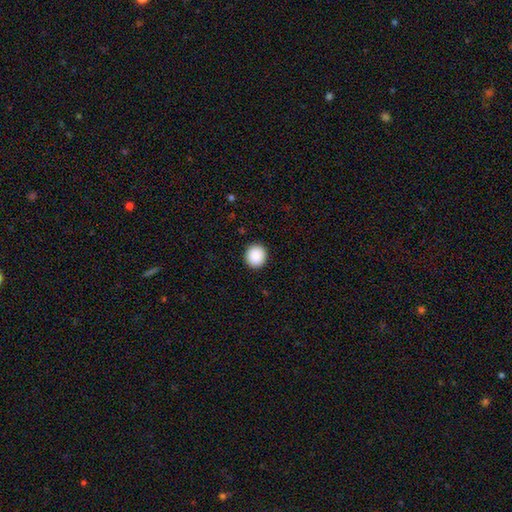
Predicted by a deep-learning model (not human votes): Morphology: type=smooth (90%); roundness=round (89%); merging=none (92%).